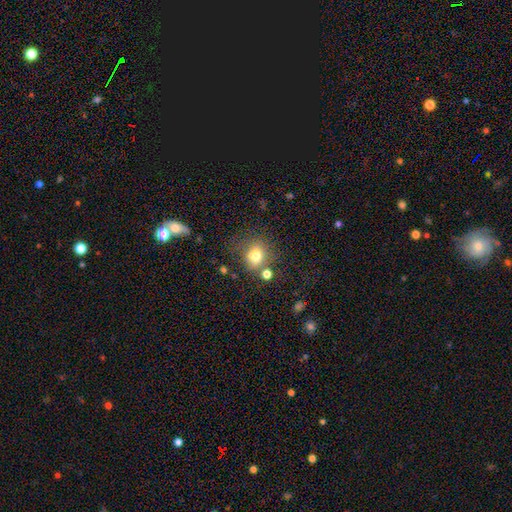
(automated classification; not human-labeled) Overall: smooth (74%). How rounded: round (69%; in between 30%). Merging: none (61%).